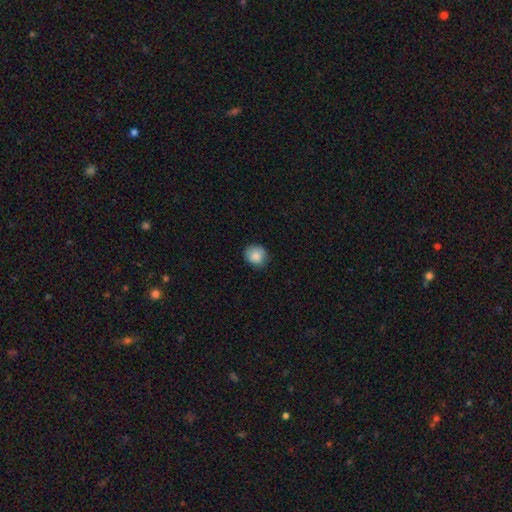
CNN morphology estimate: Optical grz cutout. It shows a smooth galaxy with no disk features (87%) that is round (81%). Merging: none (81%).